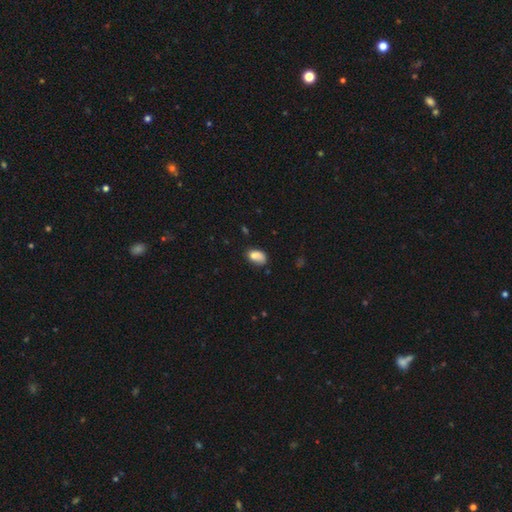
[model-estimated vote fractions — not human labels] The model was most divided on "merging": none: 50%, minor disturbance: 31%, major disturbance: 11%, merger: 8%. More confident: how rounded — in between (87%); smooth or featured — smooth (78%).